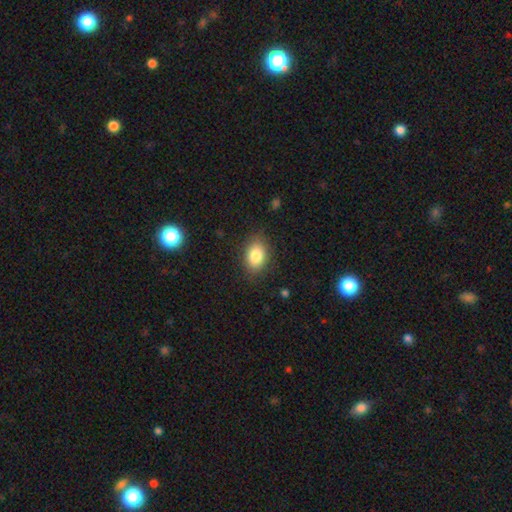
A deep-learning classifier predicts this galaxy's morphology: Smooth or featured: smooth — 83% (star or artifact — 8%)
How rounded: in between — 81% (round — 18%)
Merging: none — 84% (minor disturbance — 11%)